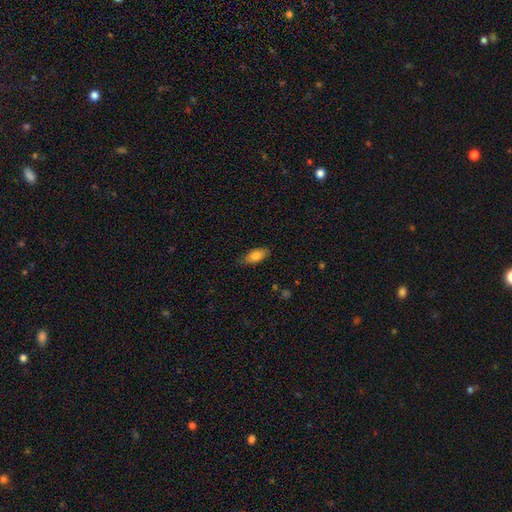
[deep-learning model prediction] This appears to be a smooth galaxy with no disk features (80%) that is in between round and cigar-shaped (83%). Merging: none (79%).